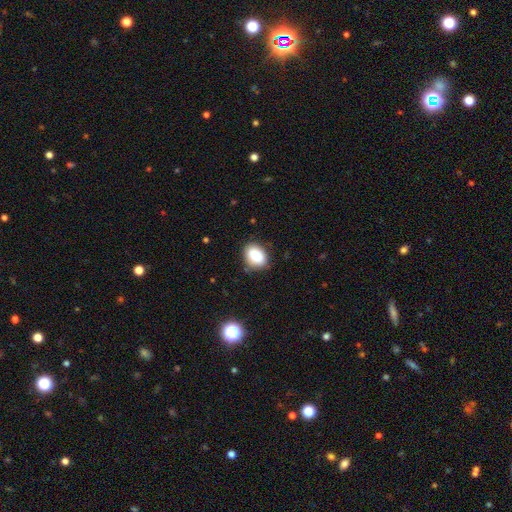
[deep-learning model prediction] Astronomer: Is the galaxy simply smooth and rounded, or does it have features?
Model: smooth — 87%.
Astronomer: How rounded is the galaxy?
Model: in between — 75%.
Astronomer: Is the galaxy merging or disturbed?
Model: none — 80%.